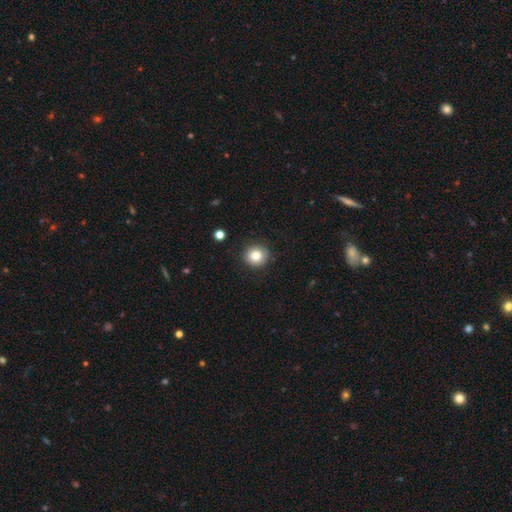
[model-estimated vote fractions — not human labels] Smooth or featured?
  - smooth: 82% *
  - star or artifact: 10%
  - featured or disk: 8%
How rounded?
  - round: 89% *
  - in between: 10%
  - cigar-shaped: 1%
Merging?
  - none: 88% *
  - minor disturbance: 8%
  - major disturbance: 2%
  - merger: 1%